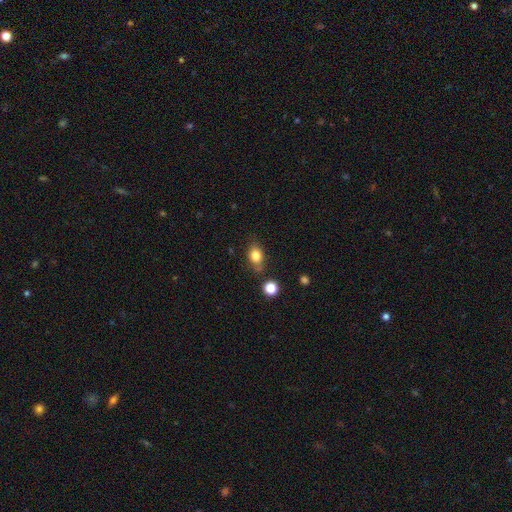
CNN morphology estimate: Smooth or featured? smooth (81%)
How rounded? in between (68%)
Merging? none (71%)